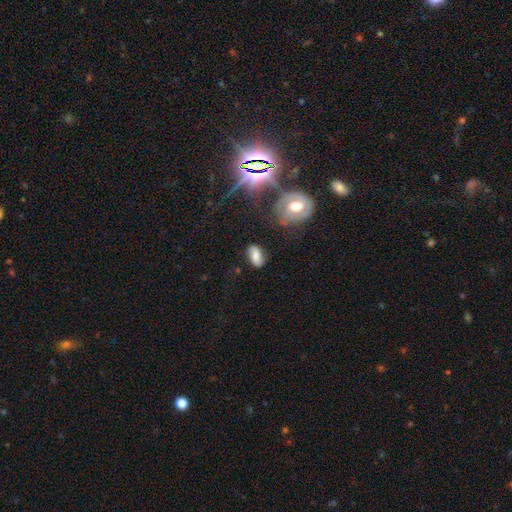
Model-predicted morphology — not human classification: Smooth or featured? smooth (70%)
How rounded? in between (90%)
Merging? none (76%)